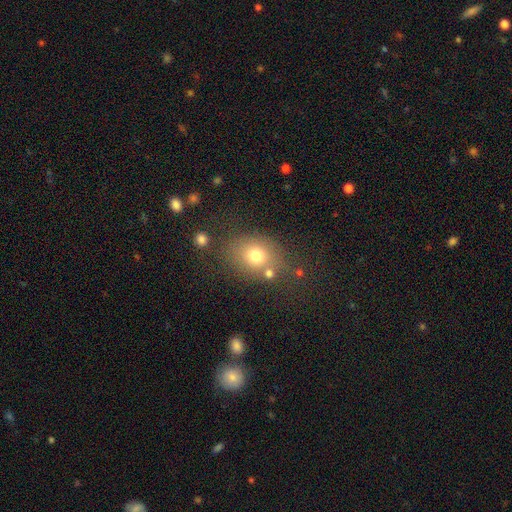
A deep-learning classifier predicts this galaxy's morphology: A smooth galaxy with no disk features (74%) that is round (55%).

Vote fractions:
- Smooth or featured? smooth: 74% / star or artifact: 14% / featured or disk: 13%
- How rounded? round: 55% / in between: 44% / cigar-shaped: 1%
- Merging? none: 65% / minor disturbance: 16% / merger: 12% / major disturbance: 7%